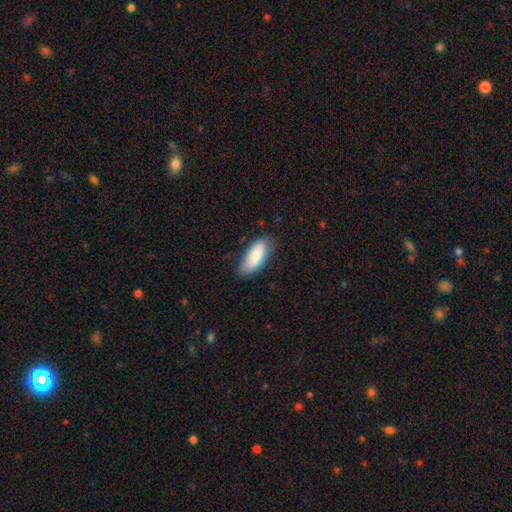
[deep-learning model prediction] smooth-or-featured: smooth: 85% | featured or disk: 9% | star or artifact: 6%
  how-rounded: in between: 81% | cigar-shaped: 17% | round: 2%
  merging: none: 73% | minor disturbance: 22% | major disturbance: 4% | merger: 1%